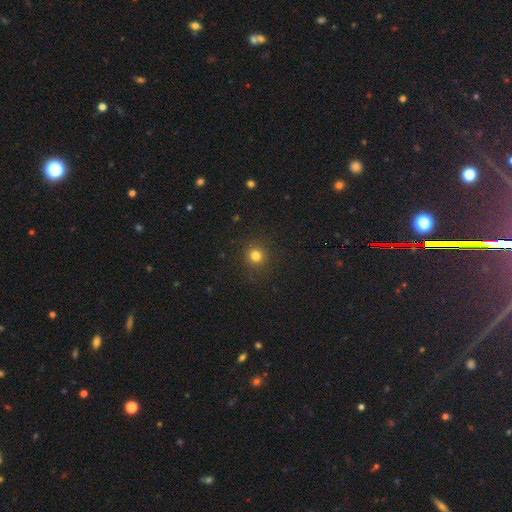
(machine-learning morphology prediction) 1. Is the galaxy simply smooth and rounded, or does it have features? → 81% smooth, 14% star or artifact, 5% featured or disk.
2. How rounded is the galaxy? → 92% round, 7% in between, 1% cigar-shaped.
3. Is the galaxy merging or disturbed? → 90% none, 7% minor disturbance, 3% major disturbance, 1% merger.